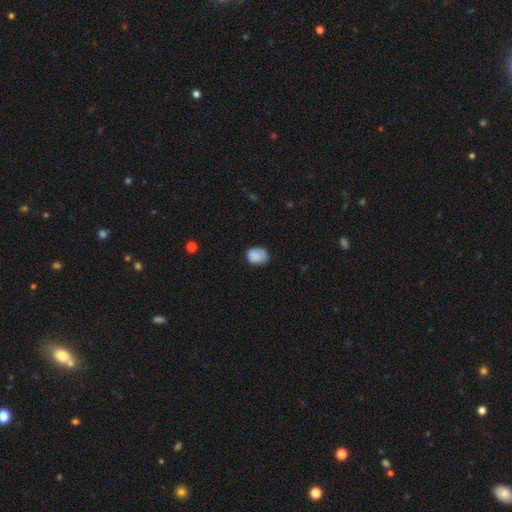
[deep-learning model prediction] smooth_or_featured: smooth (p=0.85) [alt: star or artifact p=0.08]
how_rounded: in between (p=0.51) [alt: round p=0.48]
merging: none (p=0.67) [alt: minor disturbance p=0.26]